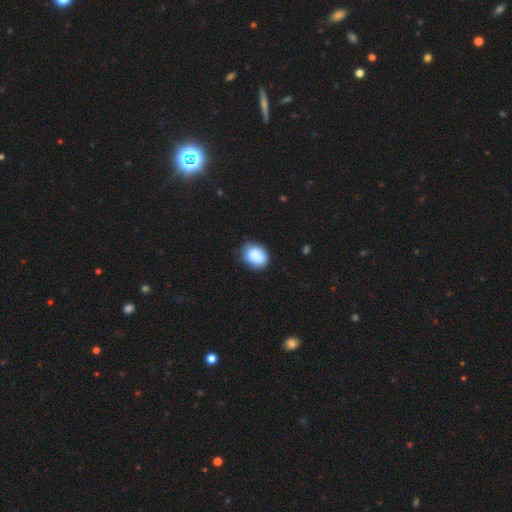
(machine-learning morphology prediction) Q: Smooth or featured?
A: smooth (87%); runner-up: star or artifact (7%)
Q: How rounded?
A: in between (64%); runner-up: round (36%)
Q: Merging?
A: none (72%); runner-up: minor disturbance (22%)